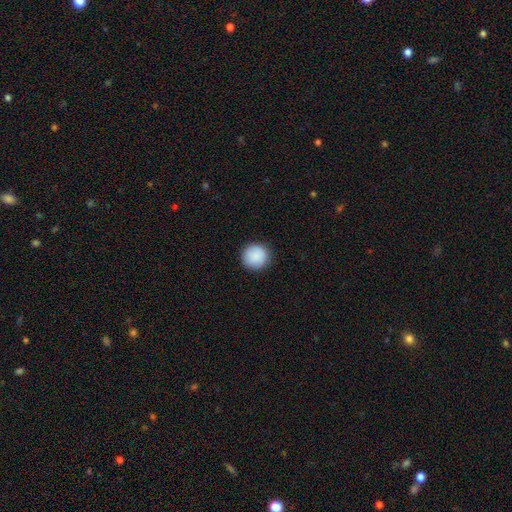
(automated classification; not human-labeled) smooth 90%, star or artifact 7%, featured or disk 3%. Down the decision tree: how rounded — round (96%); merging — none (92%).